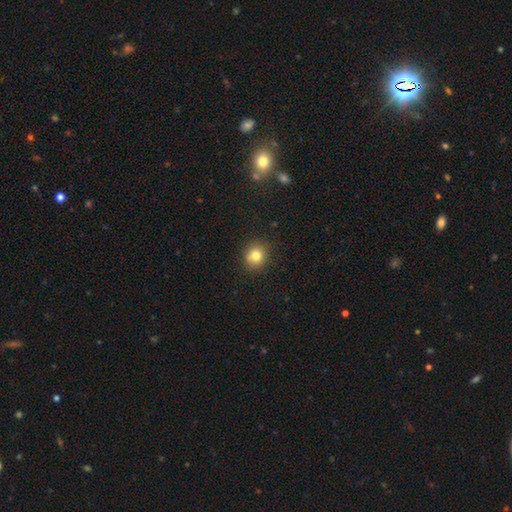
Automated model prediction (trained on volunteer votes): This is clearly a smooth galaxy (80%). How rounded: likely round (80%). Merging: clearly none (86%).